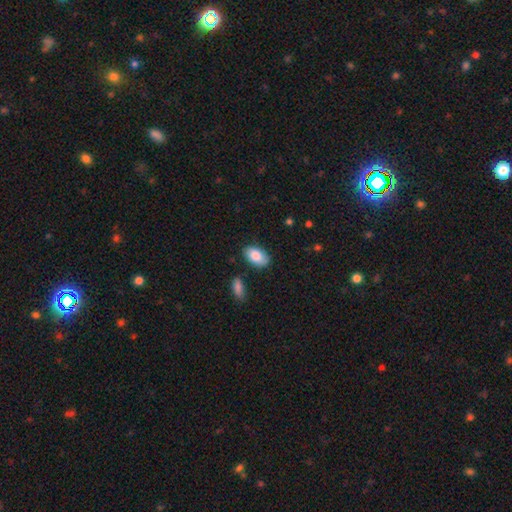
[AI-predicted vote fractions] Smooth or featured? smooth (85%)
How rounded? in between (93%)
Merging? none (78%)